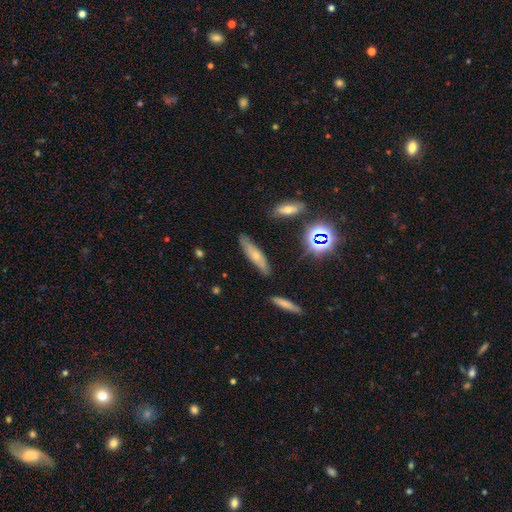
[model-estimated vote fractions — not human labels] Smooth or featured? Predicted: smooth (p=0.55). How rounded? Predicted: cigar-shaped (p=0.70). Merging? Predicted: none (p=0.81).